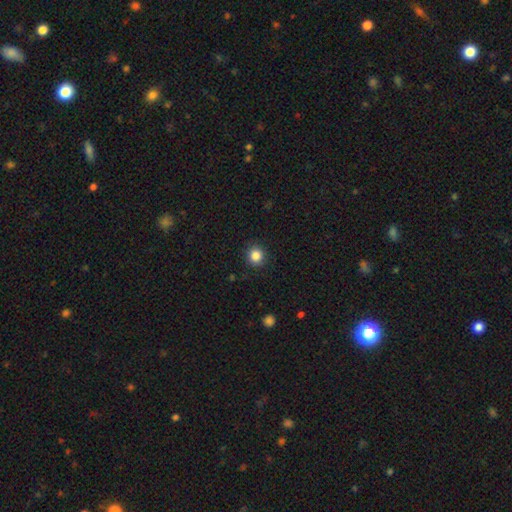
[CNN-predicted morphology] Smooth or featured? Predicted: smooth (p=0.85). How rounded? Predicted: round (p=0.91). Merging? Predicted: none (p=0.91).